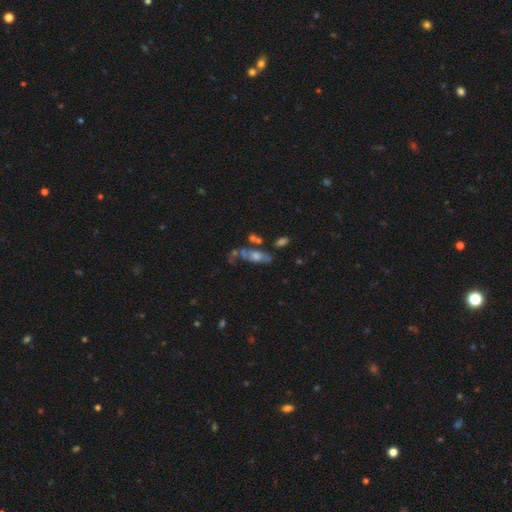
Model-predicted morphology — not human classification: A featured or disk galaxy (48%).

Vote fractions:
- Smooth or featured? featured or disk: 48% / smooth: 42% / star or artifact: 10%
- Merging? none: 39% / minor disturbance: 22% / merger: 20% / major disturbance: 19%